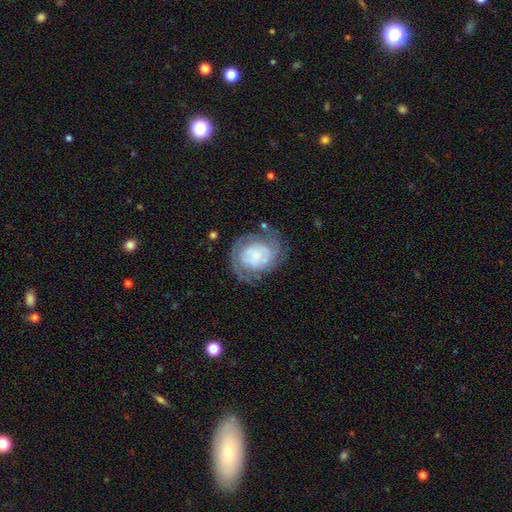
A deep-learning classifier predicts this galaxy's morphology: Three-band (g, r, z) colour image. It shows a featured or disk galaxy (65%) with no bar (76%), spiral arms (75%) and a small central bulge (61%). Merging: none (57%).